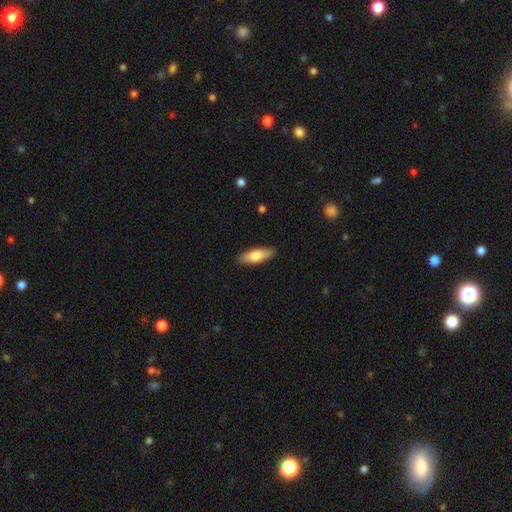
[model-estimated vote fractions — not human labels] smooth 68%, featured or disk 26%, star or artifact 5%. Down the decision tree: how rounded — in between (55%); merging — none (89%).